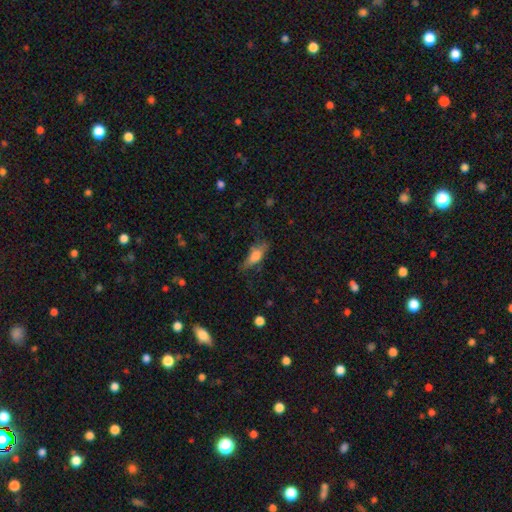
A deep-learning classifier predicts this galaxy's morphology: smooth 62%, featured or disk 29%, star or artifact 9%. Down the decision tree: how rounded — in between (57%); merging — none (58%).